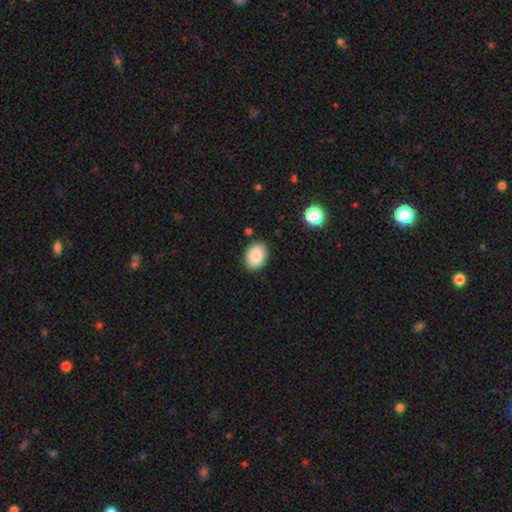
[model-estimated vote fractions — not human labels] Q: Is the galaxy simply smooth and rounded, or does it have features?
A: smooth — 86%.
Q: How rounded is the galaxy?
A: in between — 78%.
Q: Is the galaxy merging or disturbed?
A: none — 88%.